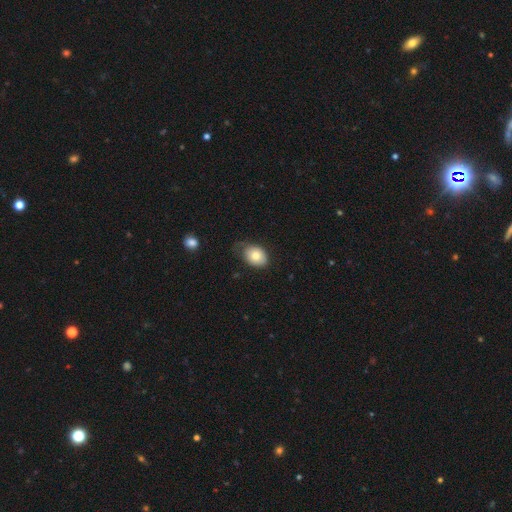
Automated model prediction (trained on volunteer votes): The model was most divided on "merging": none: 57%, minor disturbance: 31%, major disturbance: 11%, merger: 2%. More confident: smooth or featured — smooth (78%); how rounded — in between (70%).